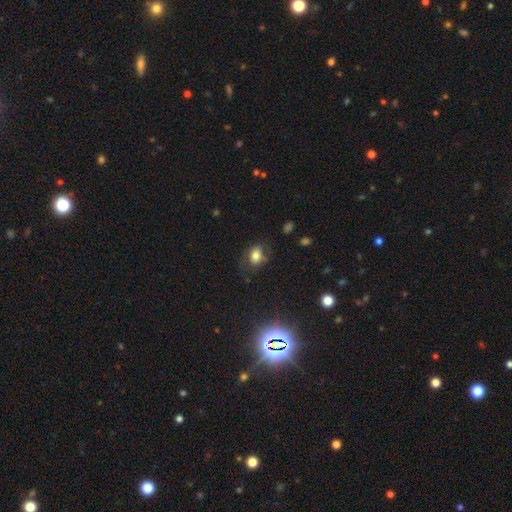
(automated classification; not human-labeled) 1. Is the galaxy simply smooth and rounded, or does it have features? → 72% smooth, 16% featured or disk, 12% star or artifact.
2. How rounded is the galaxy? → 71% in between, 28% round, 1% cigar-shaped.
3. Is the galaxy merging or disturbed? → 58% none, 24% minor disturbance, 15% major disturbance, 2% merger.